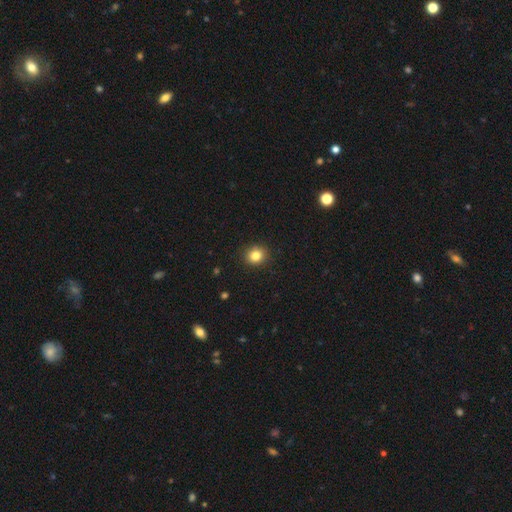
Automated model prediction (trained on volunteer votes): Smooth or featured: smooth — 83% (star or artifact — 11%)
How rounded: round — 83% (in between — 16%)
Merging: none — 91% (minor disturbance — 6%)